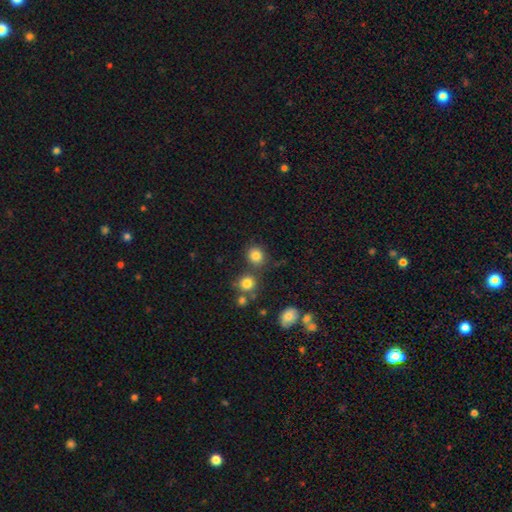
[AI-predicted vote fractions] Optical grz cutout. It shows a smooth galaxy with no disk features (82%) that is round (82%). Merging: none (72%).